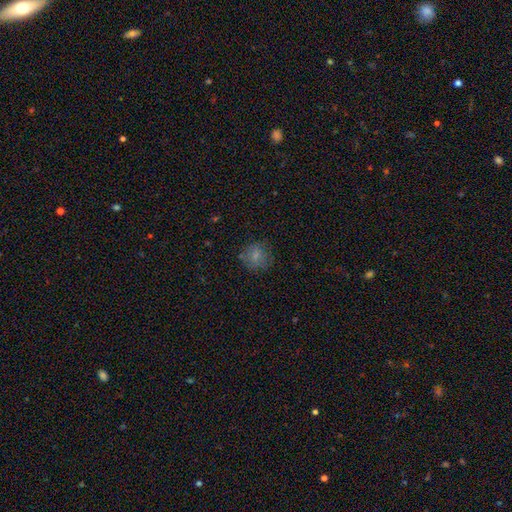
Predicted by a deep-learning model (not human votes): Smooth or featured?
  - smooth: 78% *
  - featured or disk: 11%
  - star or artifact: 11%
How rounded?
  - round: 85% *
  - in between: 14%
  - cigar-shaped: 1%
Merging?
  - none: 75% *
  - minor disturbance: 17%
  - major disturbance: 6%
  - merger: 2%